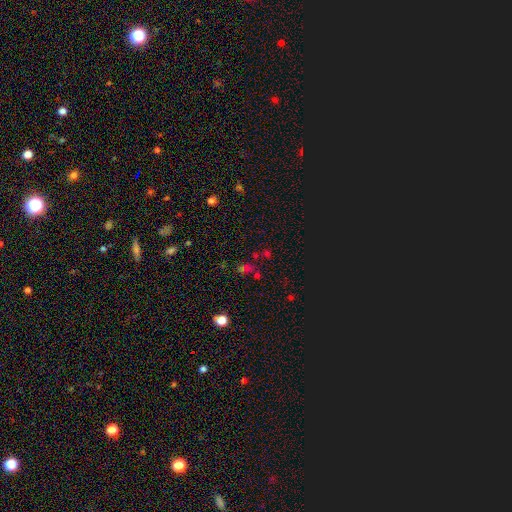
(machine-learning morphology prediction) Smooth or featured?
  - star or artifact: 49% *
  - smooth: 41%
  - featured or disk: 10%